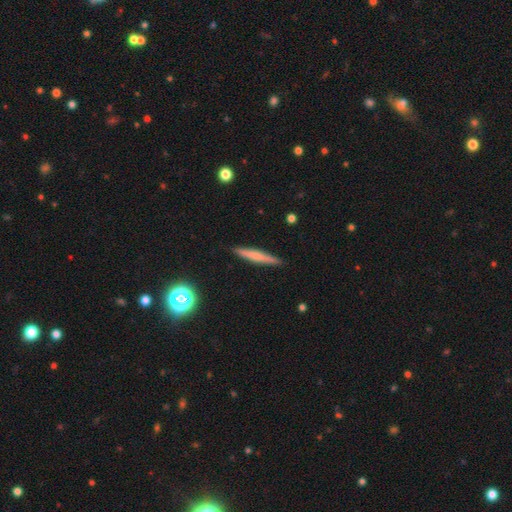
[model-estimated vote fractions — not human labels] Smooth or featured: smooth — 50% (featured or disk — 42%)
How rounded: cigar-shaped — 94% (in between — 4%)
Merging: none — 90% (minor disturbance — 7%)